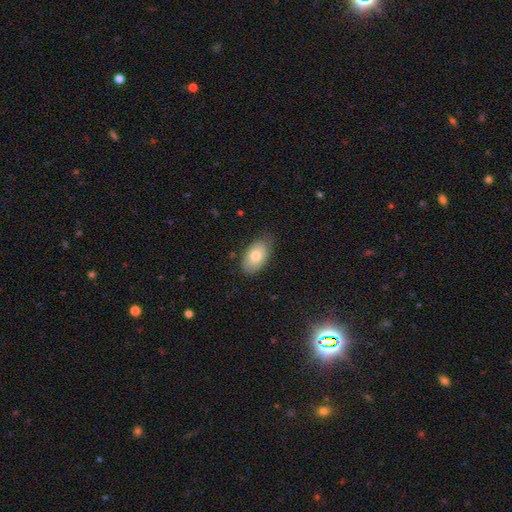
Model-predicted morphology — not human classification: type=smooth (73%); roundness=in between (92%); merging=none (71%).